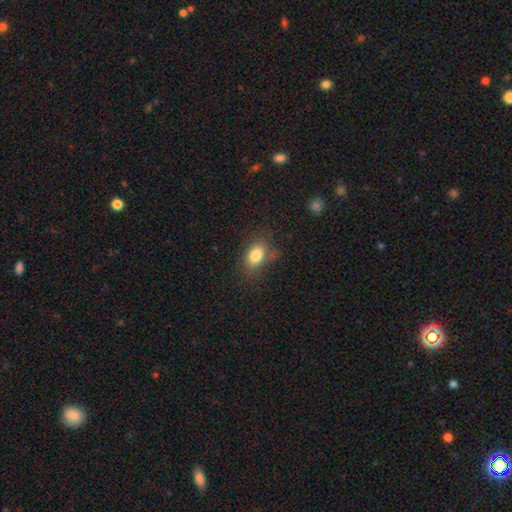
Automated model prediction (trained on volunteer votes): smooth-or-featured: smooth: 82% | star or artifact: 10% | featured or disk: 9%
  how-rounded: in between: 80% | round: 17% | cigar-shaped: 2%
  merging: none: 65% | minor disturbance: 22% | major disturbance: 10% | merger: 3%